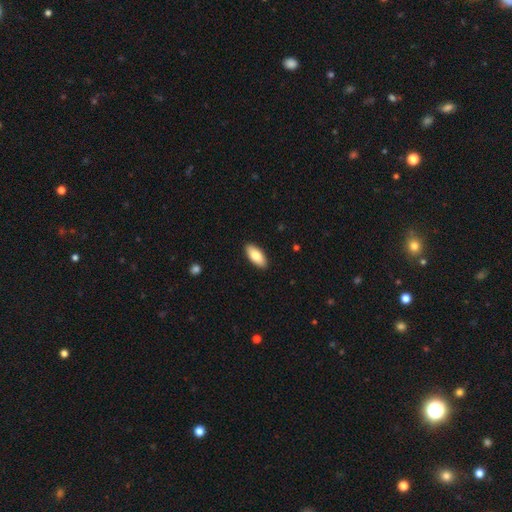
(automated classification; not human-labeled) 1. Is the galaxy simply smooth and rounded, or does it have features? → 81% smooth, 13% featured or disk, 6% star or artifact.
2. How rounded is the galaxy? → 89% in between, 9% cigar-shaped, 2% round.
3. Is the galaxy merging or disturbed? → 91% none, 7% minor disturbance, 1% major disturbance, 1% merger.